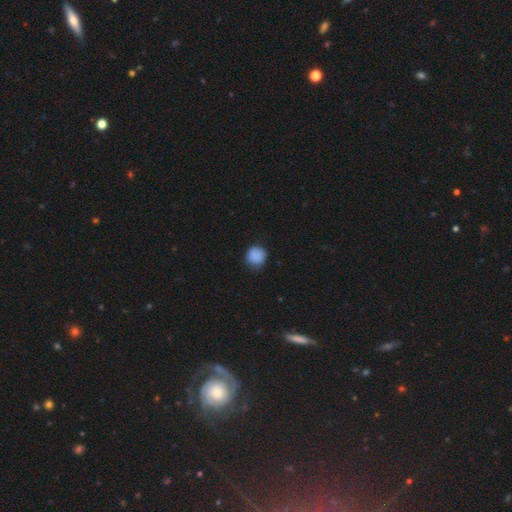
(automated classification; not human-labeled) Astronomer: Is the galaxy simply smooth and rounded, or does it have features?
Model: smooth — 87%.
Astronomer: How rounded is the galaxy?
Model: round — 89%.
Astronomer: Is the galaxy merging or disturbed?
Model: none — 77%.